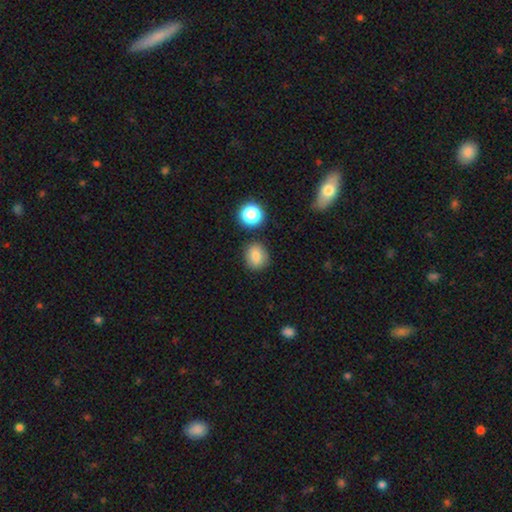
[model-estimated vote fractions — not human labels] This is clearly a smooth galaxy (81%). How rounded: likely round (75%). Merging: clearly none (83%).